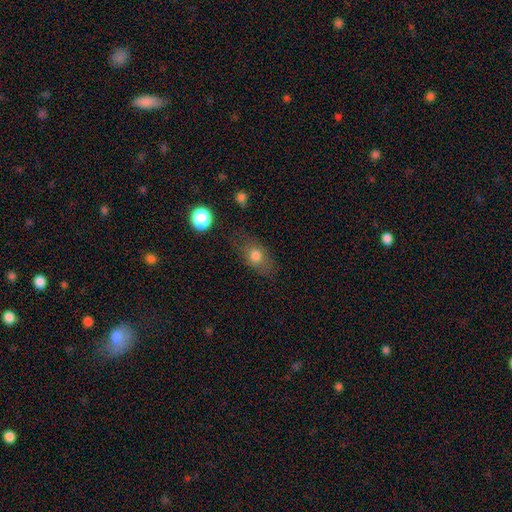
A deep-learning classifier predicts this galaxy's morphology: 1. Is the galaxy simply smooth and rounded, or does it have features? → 74% smooth, 16% featured or disk, 11% star or artifact.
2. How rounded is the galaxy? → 68% in between, 27% round, 4% cigar-shaped.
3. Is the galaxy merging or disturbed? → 69% none, 20% minor disturbance, 9% major disturbance, 2% merger.